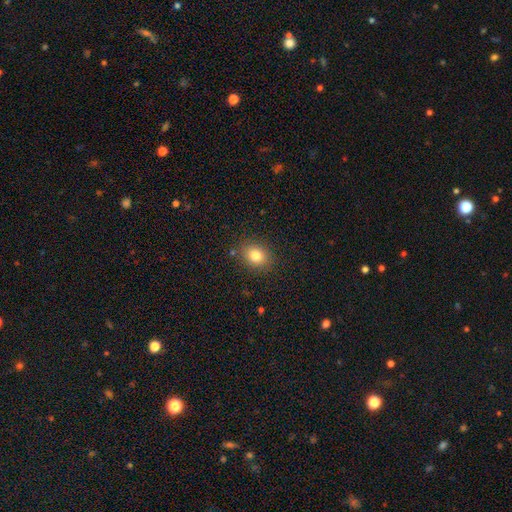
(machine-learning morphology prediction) type=smooth (80%); roundness=round (50%); merging=none (85%).